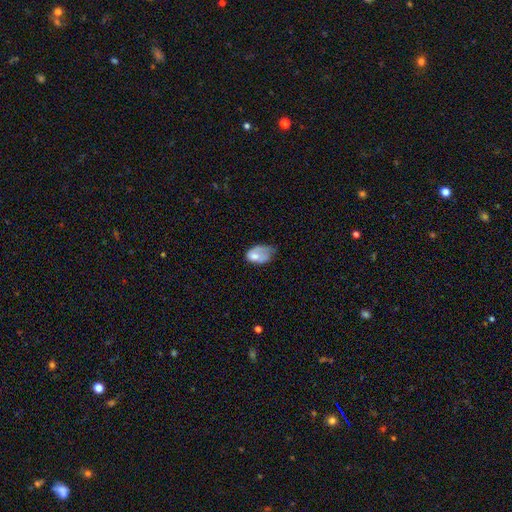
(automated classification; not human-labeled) A smooth galaxy with no disk features (67%) that is in between round and cigar-shaped (86%). Merging: major disturbance (38%).